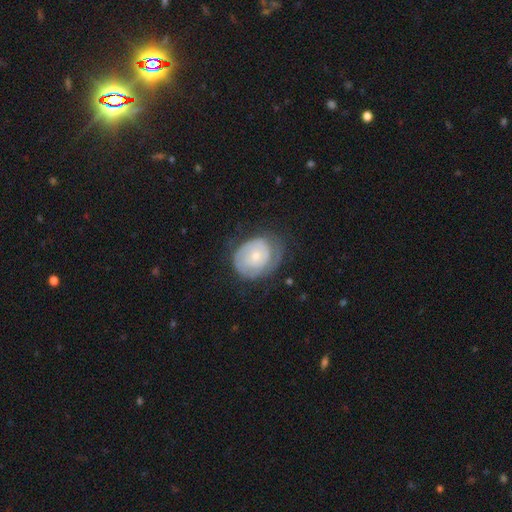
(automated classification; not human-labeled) Smooth or featured: featured or disk — 57% (smooth — 37%)
Edge-on disk: no — 97% (yes — 3%)
Bar: no — 80% (weak — 17%)
Spiral arms: yes — 70% (no — 30%)
Bulge size: small — 62% (moderate — 32%)
Merging: none — 53% (minor disturbance — 28%)